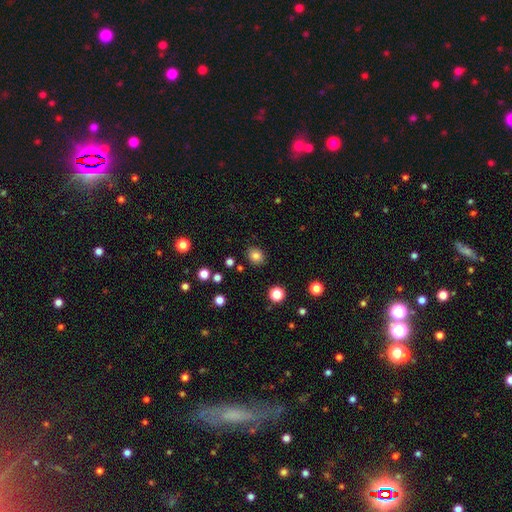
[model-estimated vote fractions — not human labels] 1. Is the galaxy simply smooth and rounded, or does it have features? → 82% smooth, 12% star or artifact, 6% featured or disk.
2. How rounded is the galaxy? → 65% round, 34% in between, 1% cigar-shaped.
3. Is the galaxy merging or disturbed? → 87% none, 9% minor disturbance, 3% major disturbance, 2% merger.